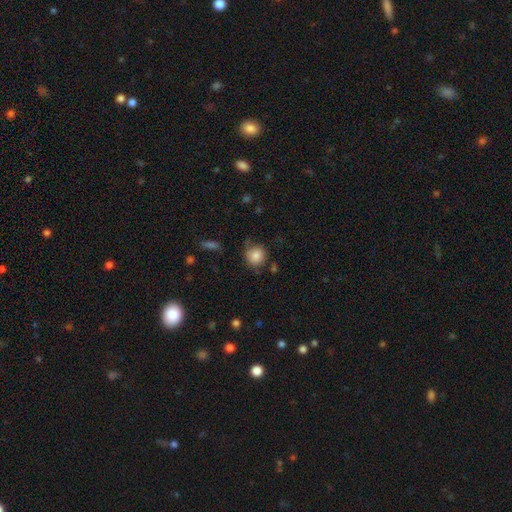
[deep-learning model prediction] A smooth galaxy with no disk features (84%) that is round (89%).

Vote fractions:
- Smooth or featured? smooth: 84% / star or artifact: 9% / featured or disk: 7%
- How rounded? round: 89% / in between: 10% / cigar-shaped: 1%
- Merging? none: 77% / minor disturbance: 15% / merger: 4% / major disturbance: 4%